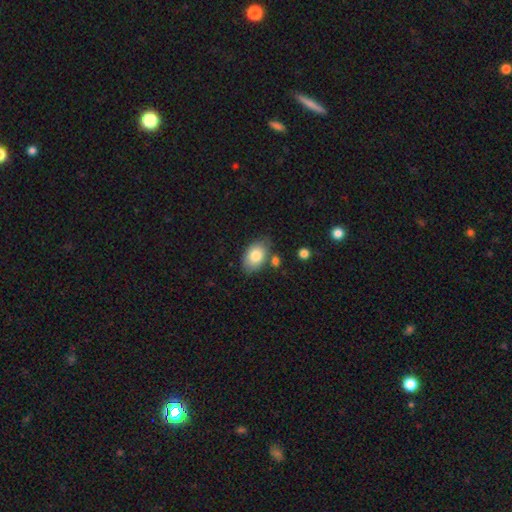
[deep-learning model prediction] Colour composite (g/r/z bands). It shows a smooth galaxy with no disk features (80%) that is in between round and cigar-shaped (89%). Merging: none (71%).